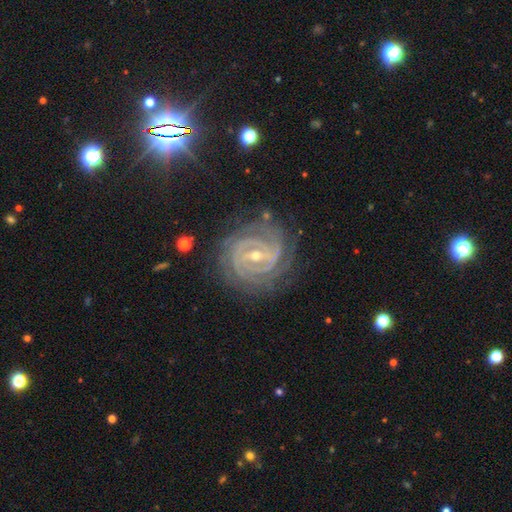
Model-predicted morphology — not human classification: Smooth or featured?
  - featured or disk: 92% *
  - star or artifact: 5%
  - smooth: 3%
Edge-on disk?
  - no: 97% *
  - yes: 3%
Bar?
  - strong: 48% *
  - weak: 39%
  - no: 13%
Spiral arms?
  - yes: 98% *
  - no: 2%
Spiral winding?
  - tight: 83% *
  - medium: 15%
  - loose: 2%
Spiral arm count?
  - 4: 22% * (tied)
  - 3: 22% * (tied)
  - 2: 21%
  - can't tell: 19%
  - more than 4: 9%
  - 1: 6%
Bulge size?
  - small: 57% *
  - moderate: 40%
  - large: 1%
  - none: 1%
  - dominant: 1%
Merging?
  - none: 78% *
  - minor disturbance: 15%
  - major disturbance: 5%
  - merger: 2%